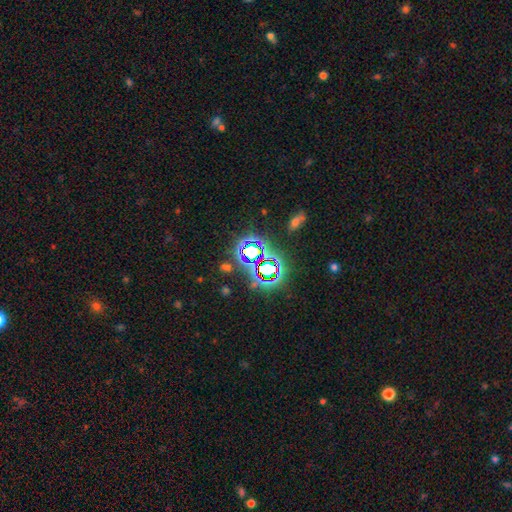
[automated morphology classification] Smooth or featured? Predicted: star or artifact (p=0.74).